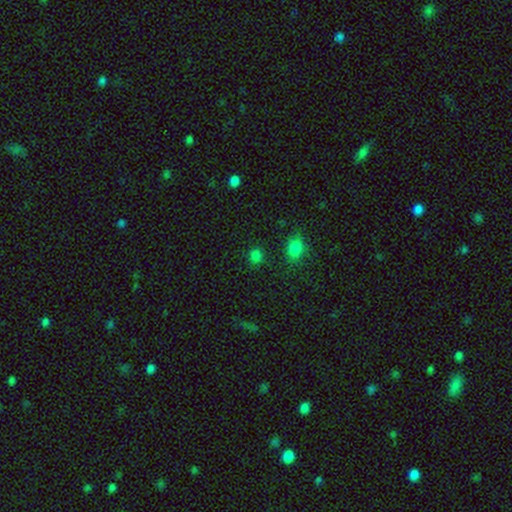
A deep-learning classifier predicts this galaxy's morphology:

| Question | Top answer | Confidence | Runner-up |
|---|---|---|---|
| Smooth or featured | smooth | 76% | star or artifact (20%) |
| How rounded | round | 82% | in between (17%) |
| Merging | none | 82% | minor disturbance (10%) |